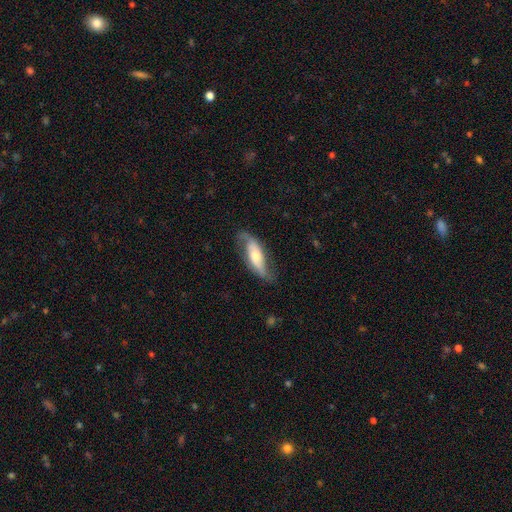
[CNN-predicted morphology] The model was most divided on "bar": no: 53%, weak: 27%, strong: 19%. More confident: spiral arms — yes (85%); edge-on disk — no (79%); merging — none (67%); smooth or featured — featured or disk (65%); bulge size — moderate (60%).